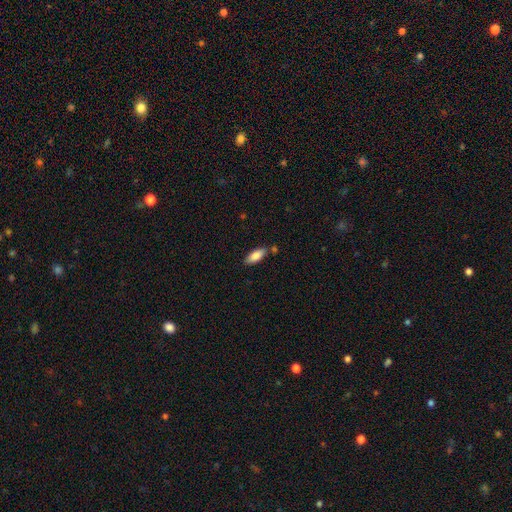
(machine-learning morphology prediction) Overall: smooth (85%). How rounded: in between (80%). Merging: none (78%).